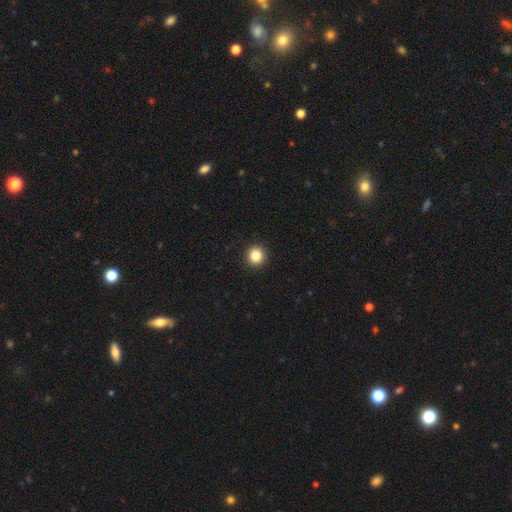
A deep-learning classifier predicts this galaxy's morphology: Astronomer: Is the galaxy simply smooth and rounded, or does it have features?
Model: smooth — 84%.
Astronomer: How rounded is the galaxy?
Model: round — 94%.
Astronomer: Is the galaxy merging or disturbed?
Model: none — 94%.